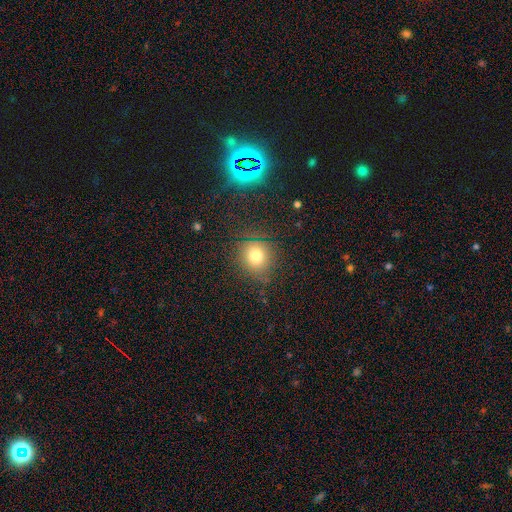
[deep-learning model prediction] Q: Smooth or featured?
A: smooth (75%); runner-up: star or artifact (17%)
Q: How rounded?
A: round (82%); runner-up: in between (16%)
Q: Merging?
A: none (83%); runner-up: minor disturbance (11%)